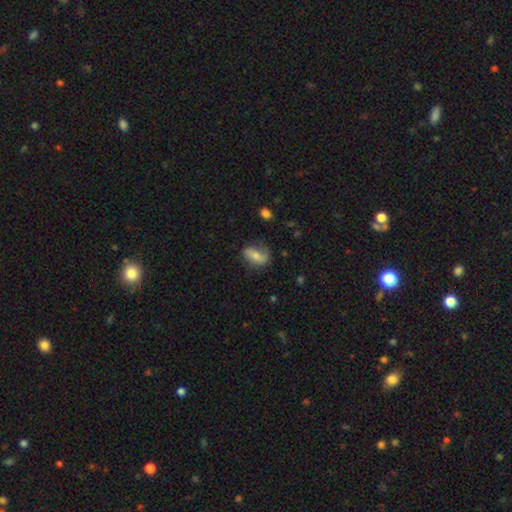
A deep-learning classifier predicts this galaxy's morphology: Smooth or featured: smooth — 50% (featured or disk — 42%)
How rounded: in between — 79% (round — 12%)
Merging: none — 63% (minor disturbance — 25%)